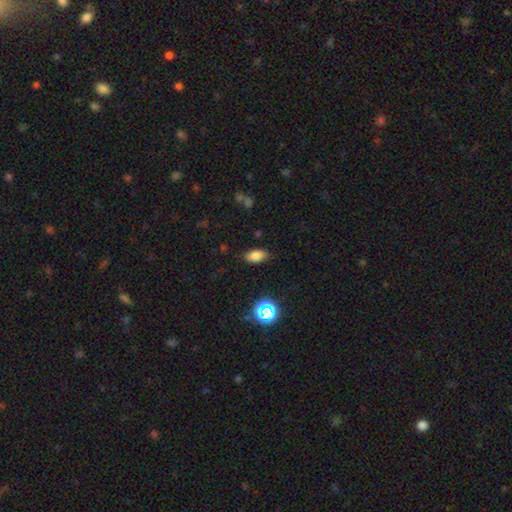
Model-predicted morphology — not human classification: smooth-or-featured: smooth: 79% | star or artifact: 14% | featured or disk: 7%
  how-rounded: in between: 90% | round: 7% | cigar-shaped: 4%
  merging: none: 83% | minor disturbance: 12% | major disturbance: 3% | merger: 2%